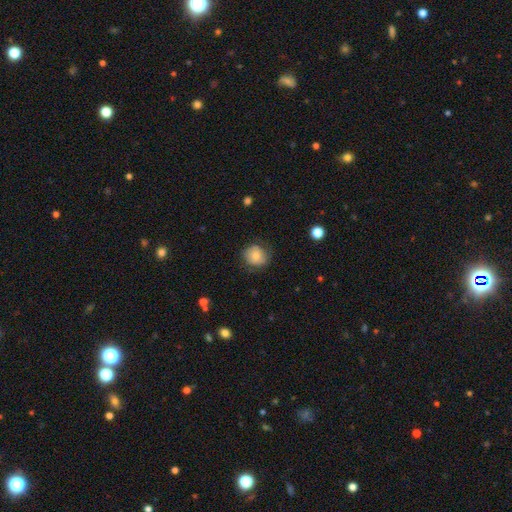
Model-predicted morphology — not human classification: The model was most divided on "merging": none: 72%, minor disturbance: 20%, major disturbance: 6%, merger: 1%. More confident: how rounded — round (83%); smooth or featured — smooth (74%).